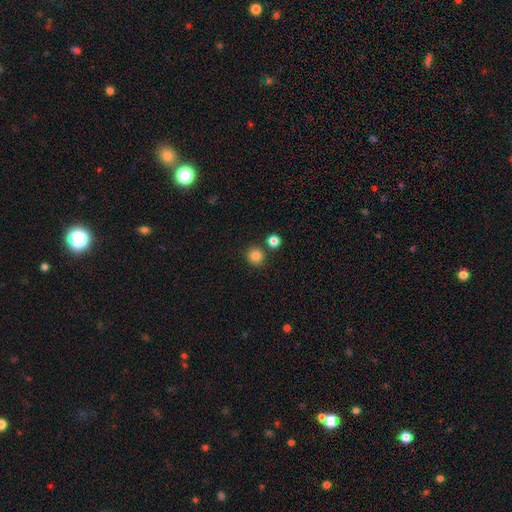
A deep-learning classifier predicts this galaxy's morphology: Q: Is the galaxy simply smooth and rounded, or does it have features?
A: smooth — 85%.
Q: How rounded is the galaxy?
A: round — 92%.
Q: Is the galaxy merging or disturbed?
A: none — 82%.